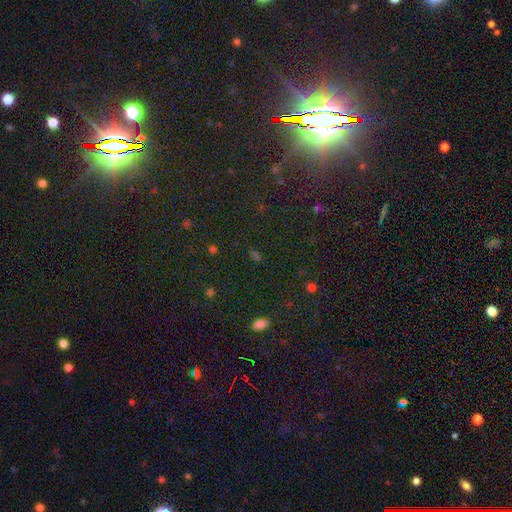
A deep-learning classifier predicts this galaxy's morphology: Smooth or featured?
  - star or artifact: 58% *
  - smooth: 32%
  - featured or disk: 9%